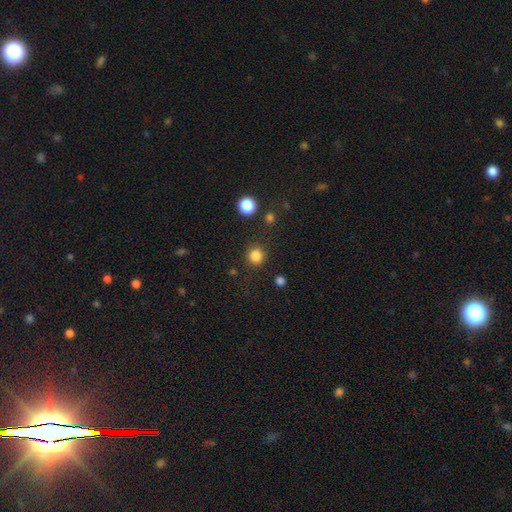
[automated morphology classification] smooth_or_featured: smooth (p=0.84) [alt: star or artifact p=0.13]
how_rounded: round (p=0.92) [alt: in between p=0.07]
merging: none (p=0.89) [alt: minor disturbance p=0.06]